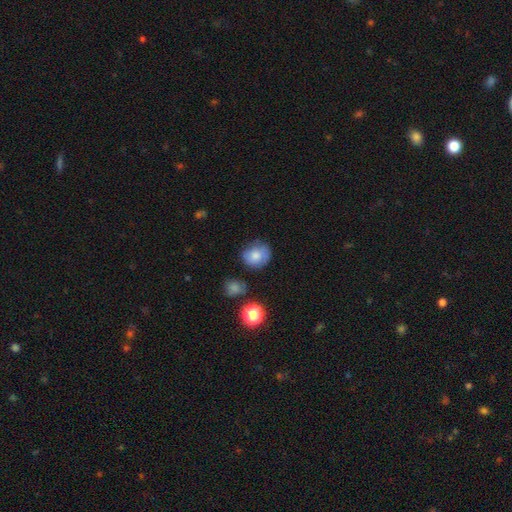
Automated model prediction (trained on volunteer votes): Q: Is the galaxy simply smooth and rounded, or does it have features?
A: smooth — 75%.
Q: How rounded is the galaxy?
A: round — 67%.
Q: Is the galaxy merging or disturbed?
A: none — 68%.